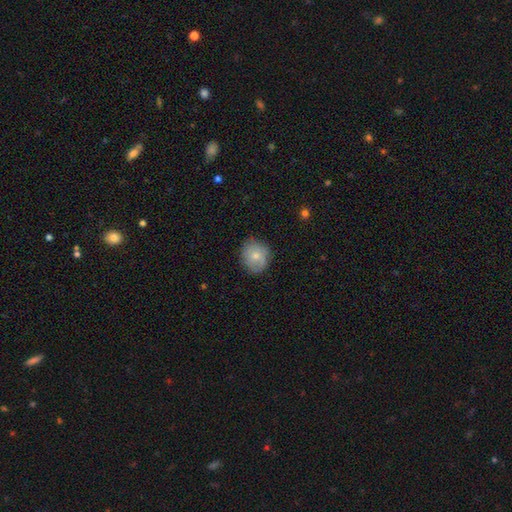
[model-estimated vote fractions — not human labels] Overall: smooth (73%). How rounded: round (78%). Merging: none (77%).